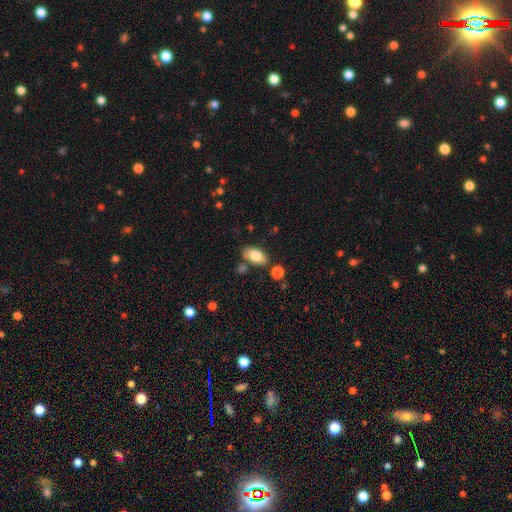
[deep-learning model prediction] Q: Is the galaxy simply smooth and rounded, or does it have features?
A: smooth — 80%.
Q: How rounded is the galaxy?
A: in between — 92%.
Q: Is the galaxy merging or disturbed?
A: none — 75%.